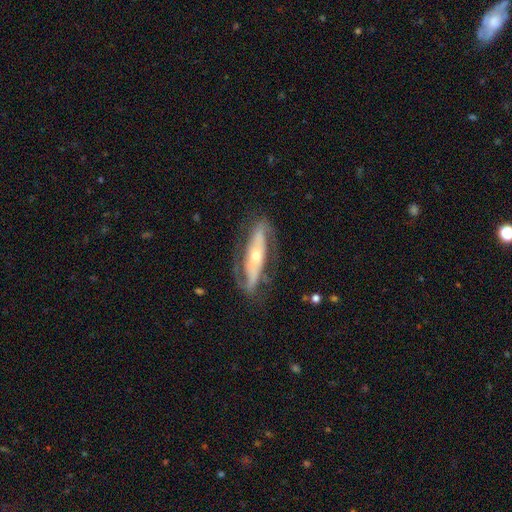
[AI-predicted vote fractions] Q: Smooth or featured?
A: featured or disk (77%); runner-up: smooth (18%)
Q: Edge-on disk?
A: no (73%); runner-up: yes (27%)
Q: Bar?
A: no (50%); runner-up: strong (32%)
Q: Spiral arms?
A: yes (78%); runner-up: no (22%)
Q: Bulge size?
A: small (51%); runner-up: moderate (43%)
Q: Merging?
A: none (73%); runner-up: minor disturbance (16%)